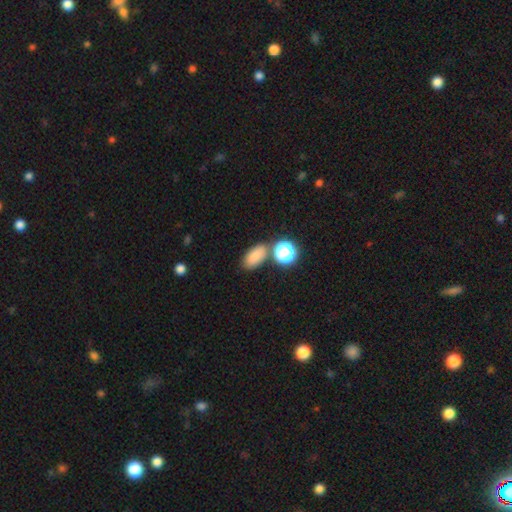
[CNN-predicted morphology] Smooth or featured?
  - smooth: 80% *
  - star or artifact: 14%
  - featured or disk: 7%
How rounded?
  - in between: 85% *
  - round: 12%
  - cigar-shaped: 3%
Merging?
  - none: 70% *
  - merger: 14%
  - minor disturbance: 12%
  - major disturbance: 4%